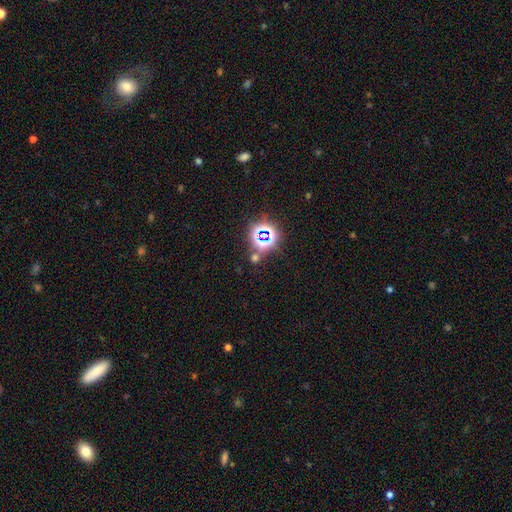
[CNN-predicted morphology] Smooth or featured: star or artifact — 75% (smooth — 17%)